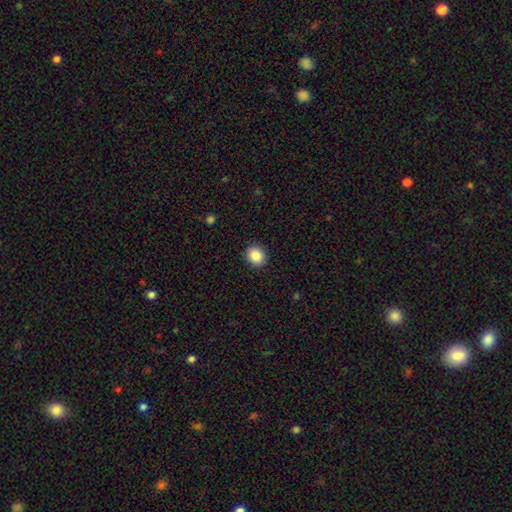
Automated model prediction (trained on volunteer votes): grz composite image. It shows a smooth galaxy with no disk features (88%) that is round (70%). Merging: none (91%).